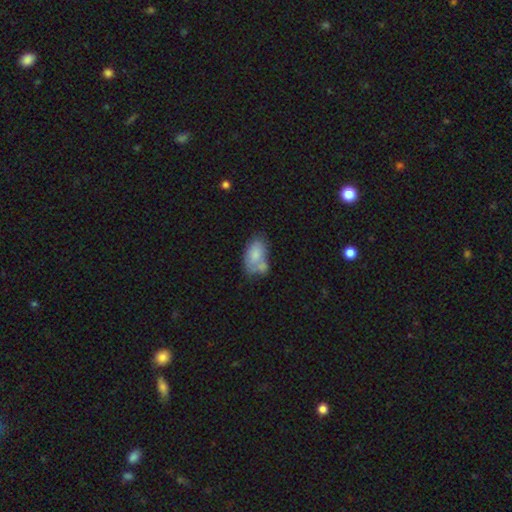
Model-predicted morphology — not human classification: Overall: smooth (74%). How rounded: in between (92%). Merging: merger (36%; none 35%).